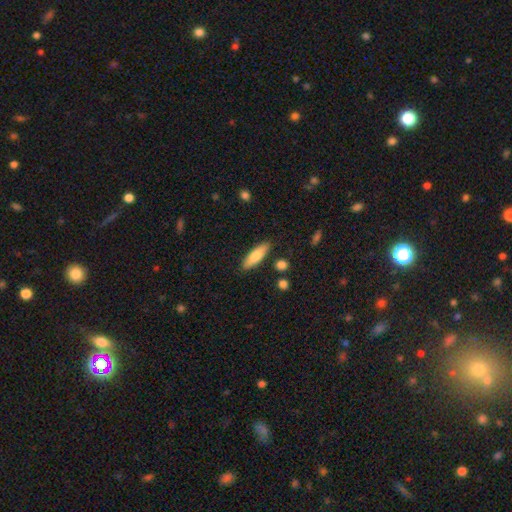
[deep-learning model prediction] This appears to be a smooth galaxy with no disk features (74%) that is cigar-shaped (52%). Merging: none (86%).